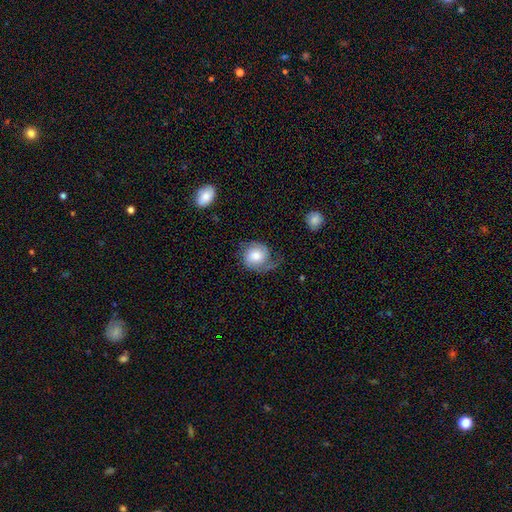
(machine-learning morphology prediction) Overall: smooth (49%; featured or disk 44%). Merging: none (45%; minor disturbance 28%).